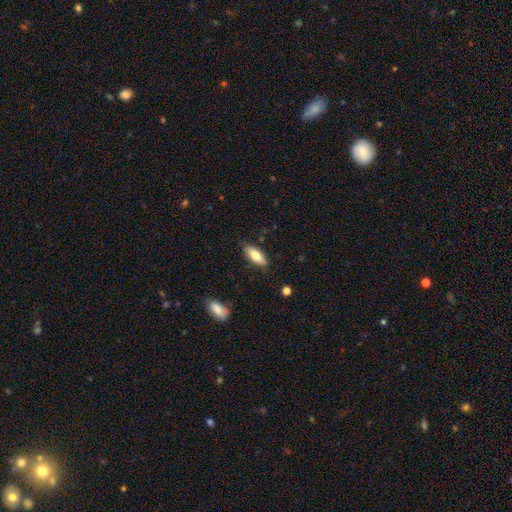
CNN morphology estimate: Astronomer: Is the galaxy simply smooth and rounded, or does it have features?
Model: smooth — 76%.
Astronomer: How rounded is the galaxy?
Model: in between — 76%.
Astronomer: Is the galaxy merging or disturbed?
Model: none — 84%.